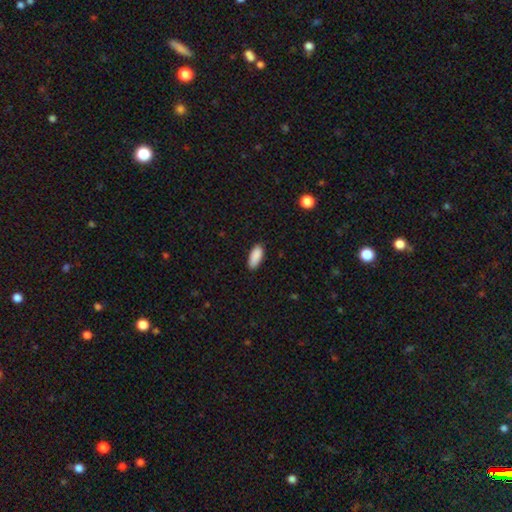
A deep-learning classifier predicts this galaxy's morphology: Overall: smooth (90%). How rounded: in between (87%). Merging: none (85%).